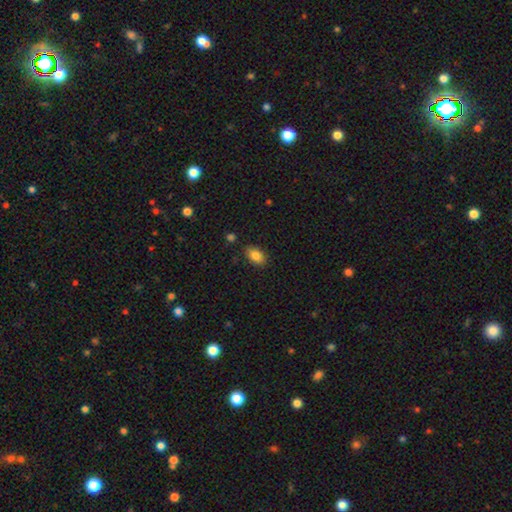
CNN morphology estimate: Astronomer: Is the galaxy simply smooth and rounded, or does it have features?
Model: smooth — 84%.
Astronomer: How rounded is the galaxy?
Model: in between — 87%.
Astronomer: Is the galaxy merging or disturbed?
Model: none — 83%.